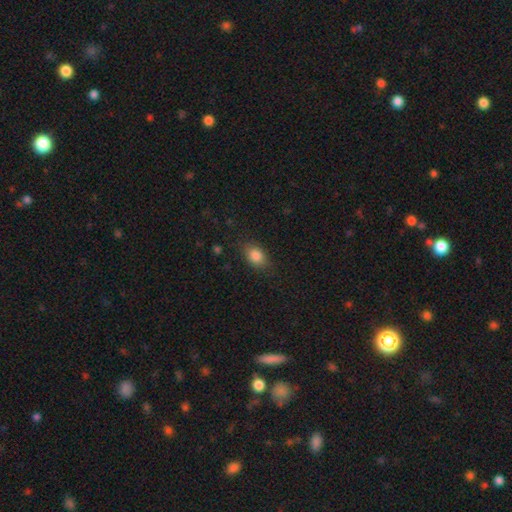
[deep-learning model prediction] This appears to be a smooth galaxy with no disk features (85%) that is in between round and cigar-shaped (80%). Merging: none (81%).